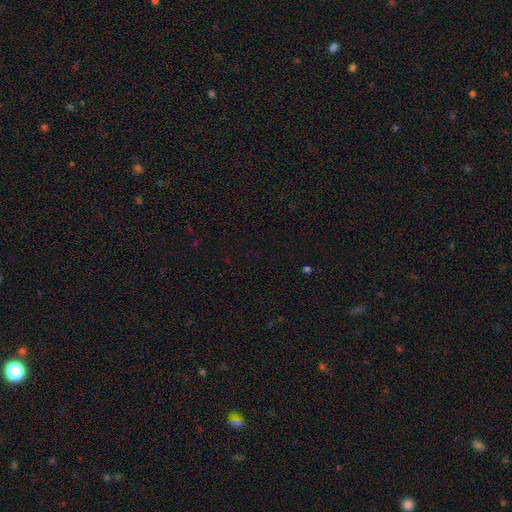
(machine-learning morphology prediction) Smooth or featured? star or artifact (70%)